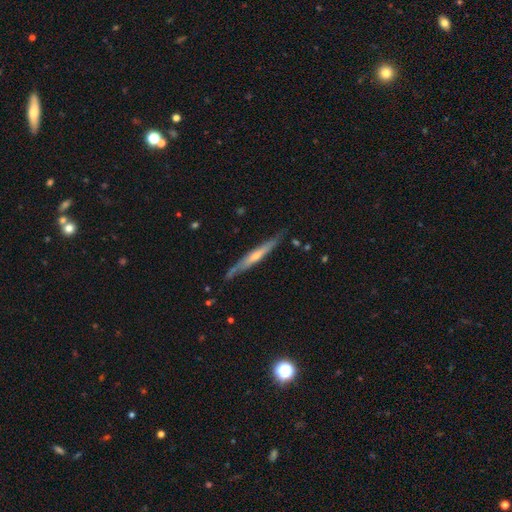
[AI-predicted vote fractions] Smooth or featured? Predicted: featured or disk (p=0.65). Edge-on disk? Predicted: yes (p=0.94). Edge-on bulge? Predicted: rounded (p=0.52). Merging? Predicted: none (p=0.81).